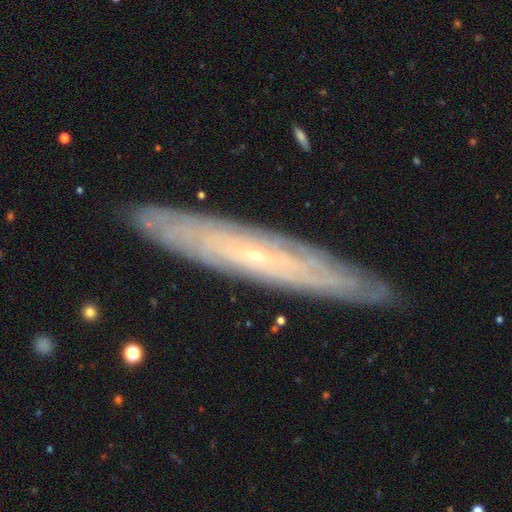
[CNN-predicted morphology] The model was most divided on "edge-on disk": yes: 58%, no: 42%. More confident: merging — none (88%); smooth or featured — featured or disk (76%).